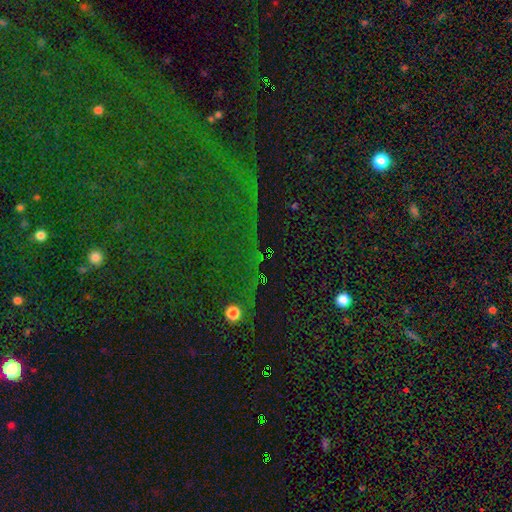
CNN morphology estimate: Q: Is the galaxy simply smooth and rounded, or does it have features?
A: star or artifact — 80%.